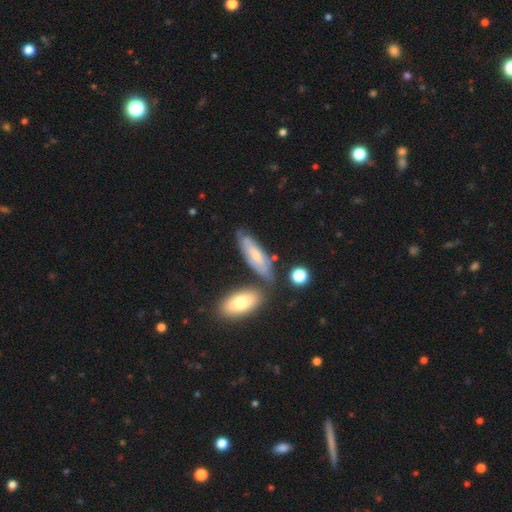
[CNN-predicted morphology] smooth-or-featured: featured or disk: 50% | smooth: 42% | star or artifact: 7%
  disk-edge-on: no: 69% | yes: 31%
  merging: none: 62% | minor disturbance: 20% | merger: 11% | major disturbance: 6%